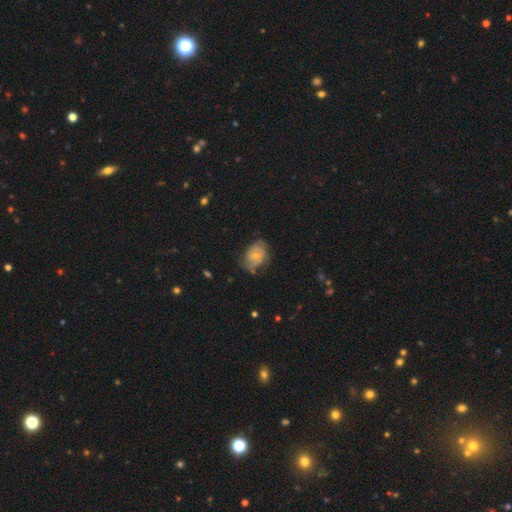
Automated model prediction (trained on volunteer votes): Morphology: type=featured or disk (61%); edge-on=no (97%); bar=no (67%); spiral arms=yes (81%); bulge=small (57%); merging=none (60%).